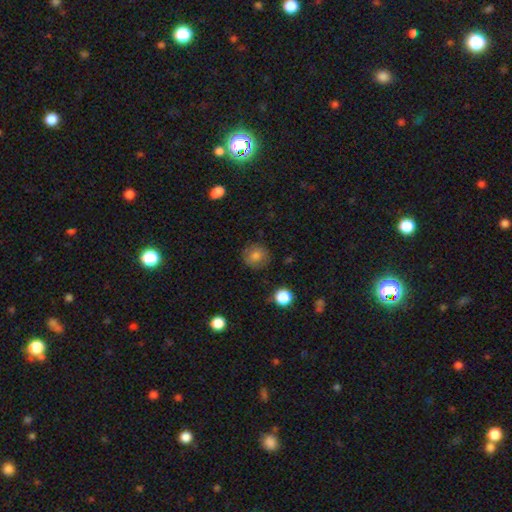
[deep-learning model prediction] Smooth or featured?
  - smooth: 79% *
  - featured or disk: 11%
  - star or artifact: 10%
How rounded?
  - round: 91% *
  - in between: 8%
  - cigar-shaped: 1%
Merging?
  - none: 85% *
  - minor disturbance: 11%
  - major disturbance: 3%
  - merger: 1%